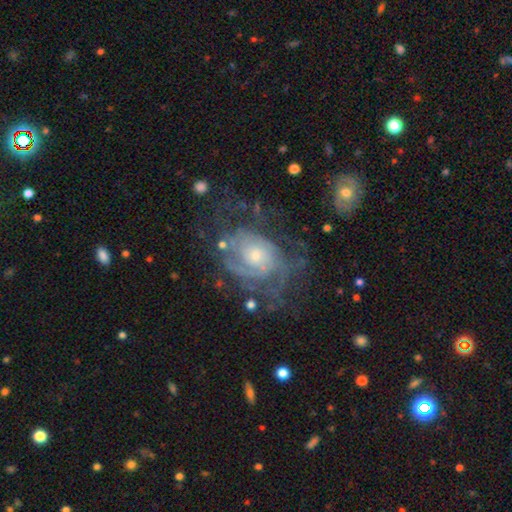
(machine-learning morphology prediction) Smooth or featured: featured or disk — 81% (smooth — 12%)
Edge-on disk: no — 97% (yes — 3%)
Bar: no — 77% (weak — 19%)
Spiral arms: yes — 87% (no — 13%)
Spiral winding: tight — 59% (medium — 30%)
Spiral arm count: can't tell — 47% (2 — 17%)
Bulge size: small — 54% (moderate — 38%)
Merging: none — 53% (major disturbance — 23%)